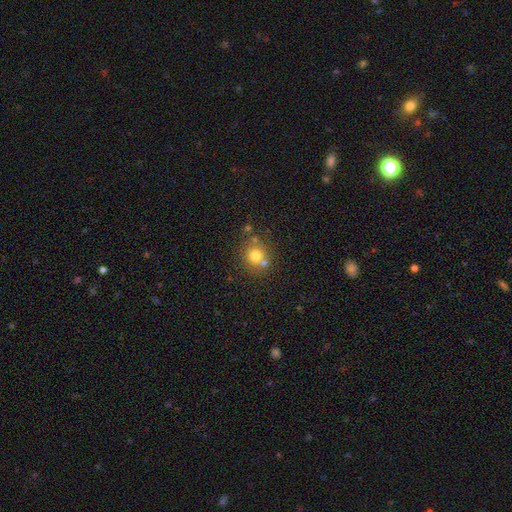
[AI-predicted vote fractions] This is likely a smooth galaxy (73%). How rounded: clearly round (88%). Merging: likely none (64%).